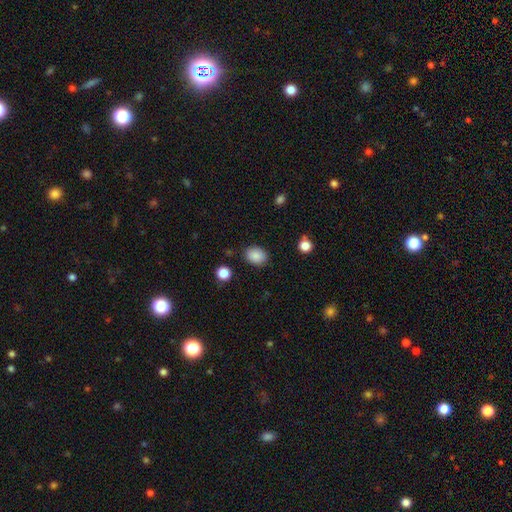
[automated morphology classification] Overall: smooth (87%). How rounded: in between (61%; round 38%). Merging: none (85%).